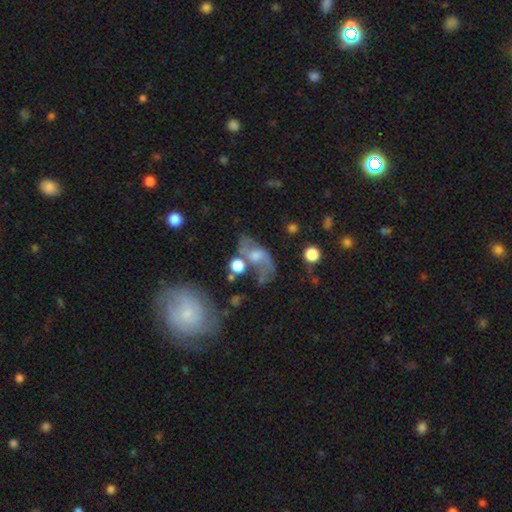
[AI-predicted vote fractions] smooth-or-featured: featured or disk: 62% | smooth: 26% | star or artifact: 13%
  disk-edge-on: no: 95% | yes: 5%
    bar: no: 59% | weak: 33% | strong: 7%
    has-spiral-arms: yes: 80% | no: 20%
    bulge-size: moderate: 49% | small: 30% | large: 10% | none: 8% | dominant: 2%
  merging: none: 43% | major disturbance: 22% | minor disturbance: 20% | merger: 16%